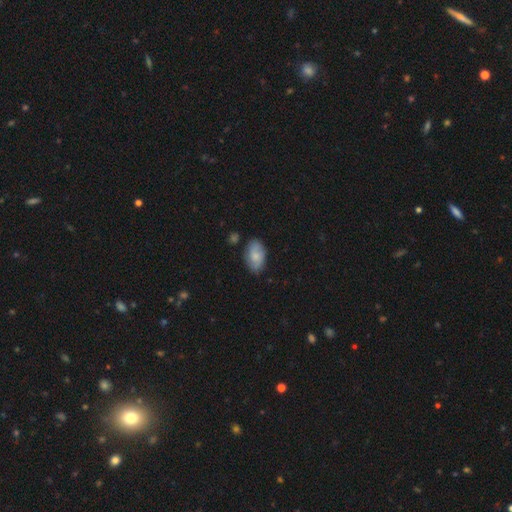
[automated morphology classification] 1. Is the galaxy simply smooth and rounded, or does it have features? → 77% smooth, 17% featured or disk, 6% star or artifact.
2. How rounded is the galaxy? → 93% in between, 6% round, 2% cigar-shaped.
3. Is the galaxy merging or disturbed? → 77% none, 18% minor disturbance, 3% major disturbance, 2% merger.